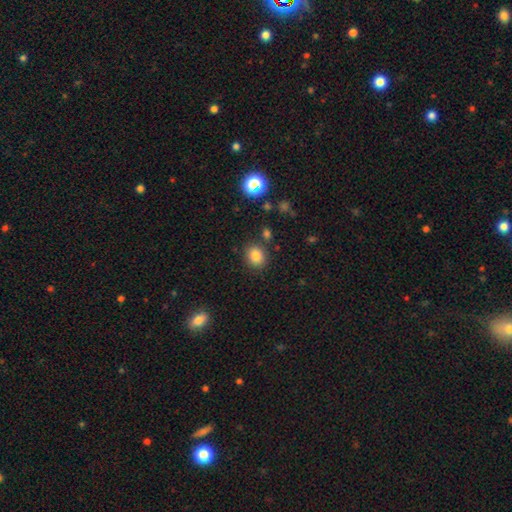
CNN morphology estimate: The model was most divided on "how rounded": round: 70%, in between: 29%, cigar-shaped: 1%. More confident: merging — none (83%); smooth or featured — smooth (82%).